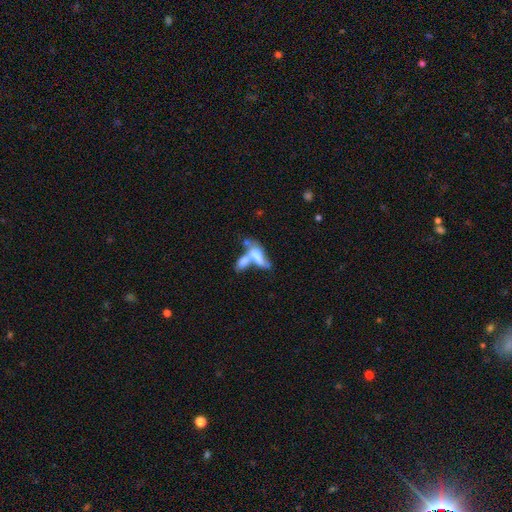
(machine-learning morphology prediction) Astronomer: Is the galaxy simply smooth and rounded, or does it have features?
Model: smooth — 55% (runner-up: featured or disk, 35%).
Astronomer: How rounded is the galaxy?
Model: in between — 71%.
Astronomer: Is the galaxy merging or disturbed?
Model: merger — 69%.